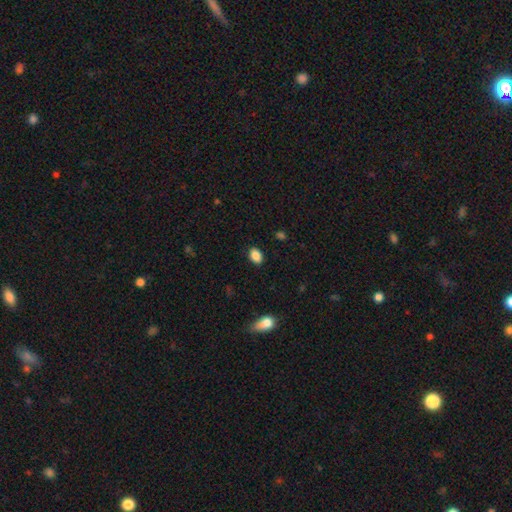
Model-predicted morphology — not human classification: smooth-or-featured: smooth: 88% | star or artifact: 8% | featured or disk: 4%
  how-rounded: in between: 81% | round: 17% | cigar-shaped: 1%
  merging: none: 88% | minor disturbance: 9% | major disturbance: 2% | merger: 1%